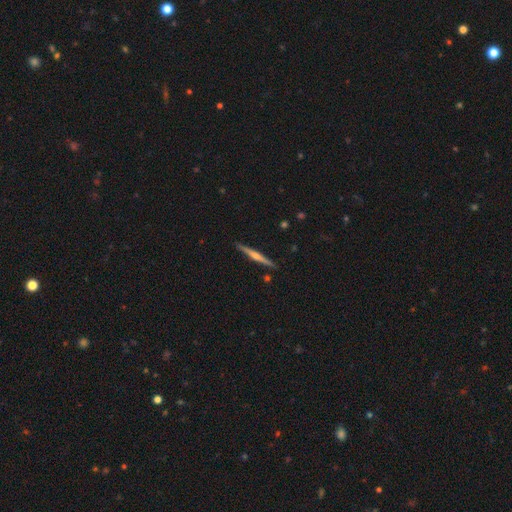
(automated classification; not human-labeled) Morphology: type=featured or disk (71%); edge-on=yes (98%); edge-on bulge=rounded (82%); merging=none (91%).